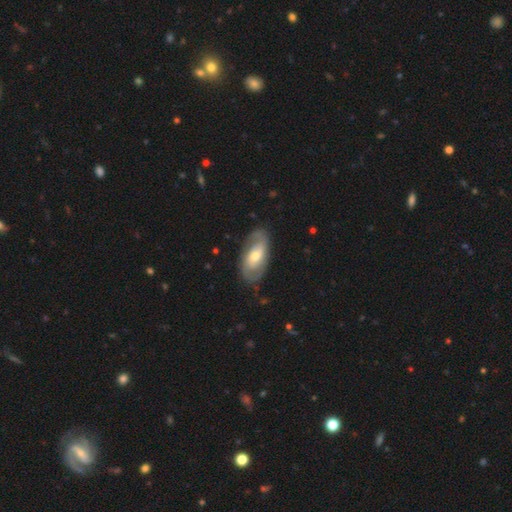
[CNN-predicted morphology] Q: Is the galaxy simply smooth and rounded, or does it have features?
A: featured or disk — 72%.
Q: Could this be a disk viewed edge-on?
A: no — 94%.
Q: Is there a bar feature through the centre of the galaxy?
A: no — 44%.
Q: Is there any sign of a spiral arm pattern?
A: yes — 84%.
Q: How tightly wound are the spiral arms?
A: medium — 42%.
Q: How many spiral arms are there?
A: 2 — 79%.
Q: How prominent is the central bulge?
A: moderate — 60%.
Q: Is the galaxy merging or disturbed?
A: none — 78%.